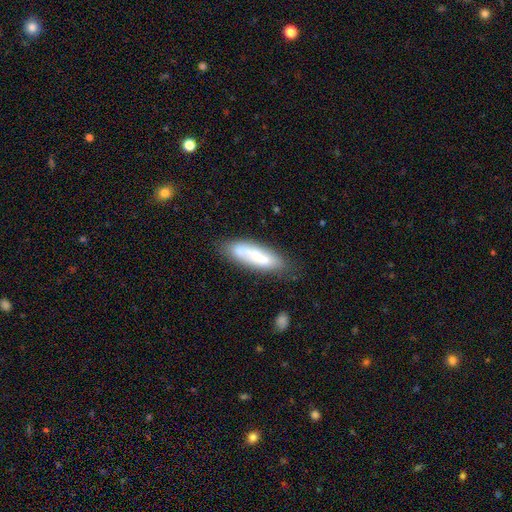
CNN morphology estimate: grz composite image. It shows a smooth galaxy with no disk features (59%) that is cigar-shaped (57%). Merging: none (64%).